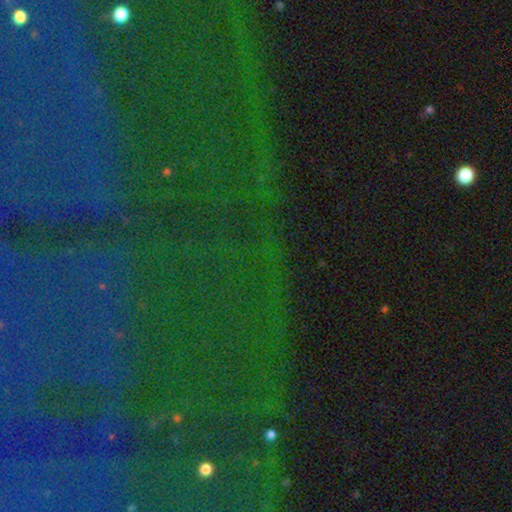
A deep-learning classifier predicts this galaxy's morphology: type=star or artifact (82%).